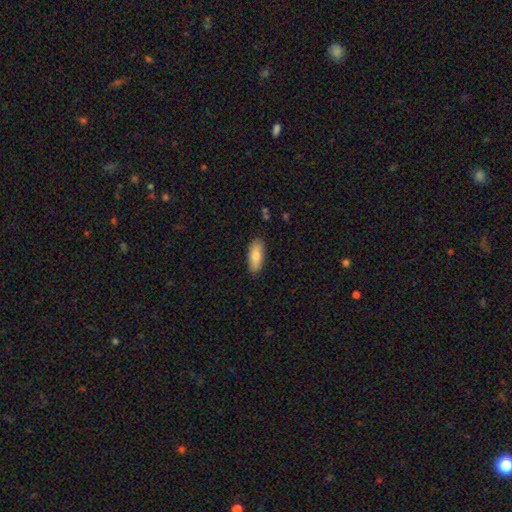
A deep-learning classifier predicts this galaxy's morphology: type=smooth (81%); roundness=in between (80%); merging=none (87%).